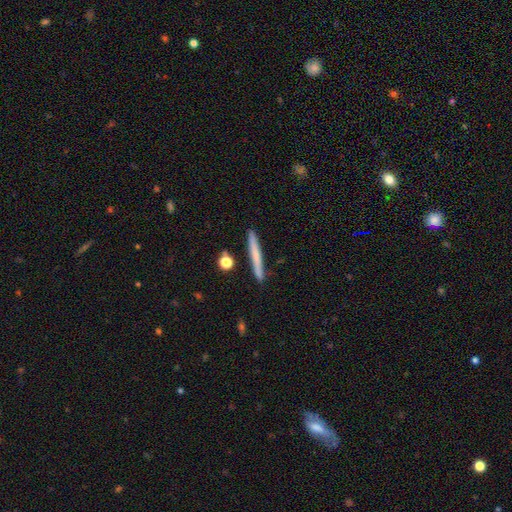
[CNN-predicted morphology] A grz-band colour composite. It shows a smooth galaxy with no disk features (60%) that is cigar-shaped (96%). Merging: none (89%).